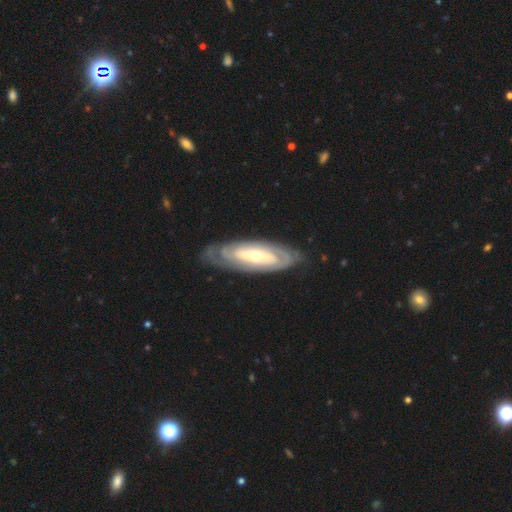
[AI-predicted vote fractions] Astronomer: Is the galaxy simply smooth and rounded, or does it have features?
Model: featured or disk — 81%.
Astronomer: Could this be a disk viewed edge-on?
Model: no — 88%.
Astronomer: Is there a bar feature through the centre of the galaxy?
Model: no — 60%.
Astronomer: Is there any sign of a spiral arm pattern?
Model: yes — 86%.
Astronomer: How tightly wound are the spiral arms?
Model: tight — 76%.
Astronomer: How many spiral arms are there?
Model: can't tell — 46% (runner-up: 2, 35%).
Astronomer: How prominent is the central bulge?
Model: small — 51% (runner-up: moderate, 44%).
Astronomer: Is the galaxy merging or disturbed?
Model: none — 79%.